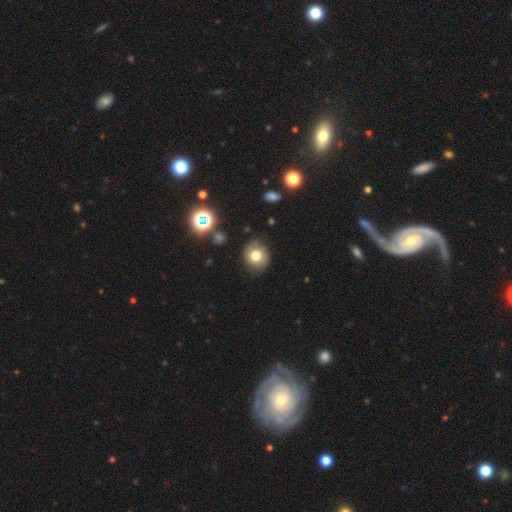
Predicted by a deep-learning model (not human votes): Smooth or featured? smooth (74%)
How rounded? round (77%)
Merging? none (82%)